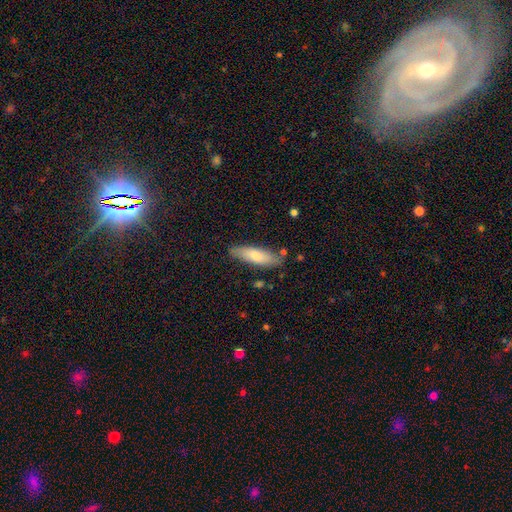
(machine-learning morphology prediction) Smooth or featured: smooth — 73% (featured or disk — 21%)
How rounded: cigar-shaped — 55% (in between — 43%)
Merging: none — 81% (minor disturbance — 14%)